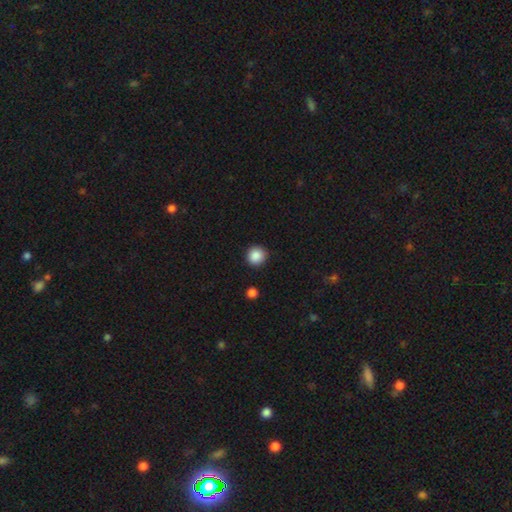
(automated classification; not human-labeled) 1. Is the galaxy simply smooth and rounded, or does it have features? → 88% smooth, 9% star or artifact, 3% featured or disk.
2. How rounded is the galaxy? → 93% round, 6% in between, 1% cigar-shaped.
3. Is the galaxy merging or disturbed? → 90% none, 7% minor disturbance, 2% major disturbance, 1% merger.